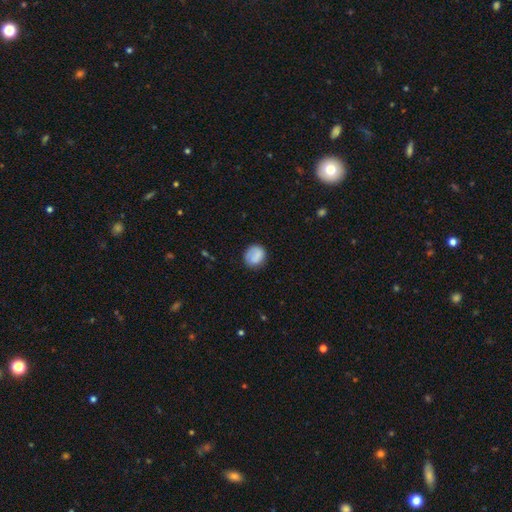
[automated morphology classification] smooth-or-featured: smooth: 81% | featured or disk: 11% | star or artifact: 7%
  how-rounded: round: 75% | in between: 24% | cigar-shaped: 1%
  merging: none: 76% | minor disturbance: 17% | major disturbance: 5% | merger: 2%